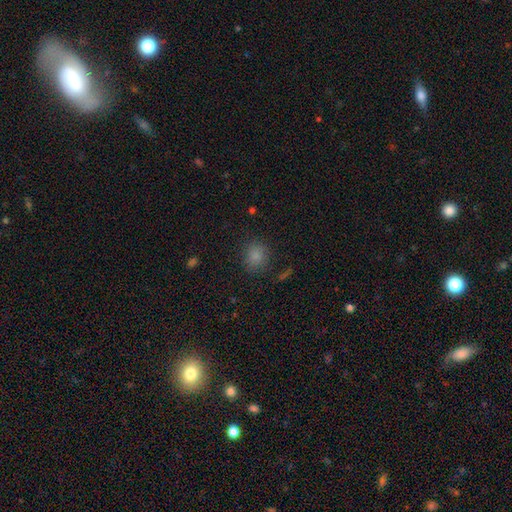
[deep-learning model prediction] Smooth or featured: smooth — 82% (star or artifact — 13%)
How rounded: round — 73% (in between — 26%)
Merging: none — 82% (minor disturbance — 12%)